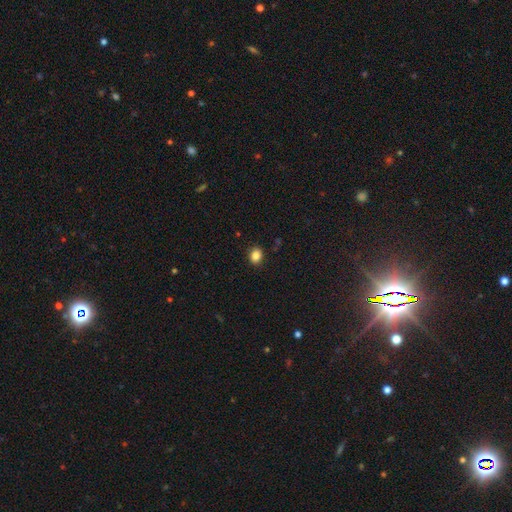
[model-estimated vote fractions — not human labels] Morphology: type=smooth (85%); roundness=round (58%); merging=none (89%).